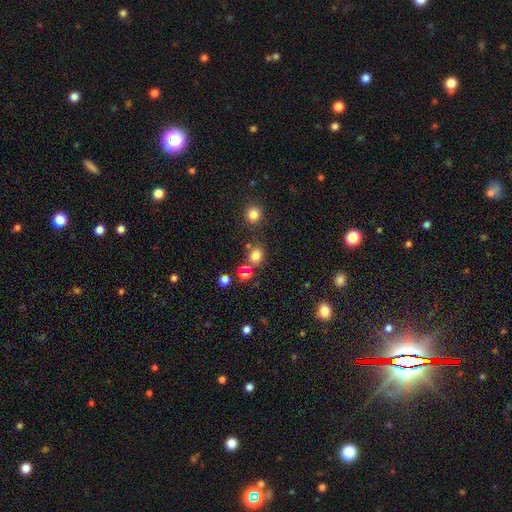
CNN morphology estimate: Overall: smooth (76%). How rounded: round (59%; in between 40%). Merging: none (65%).